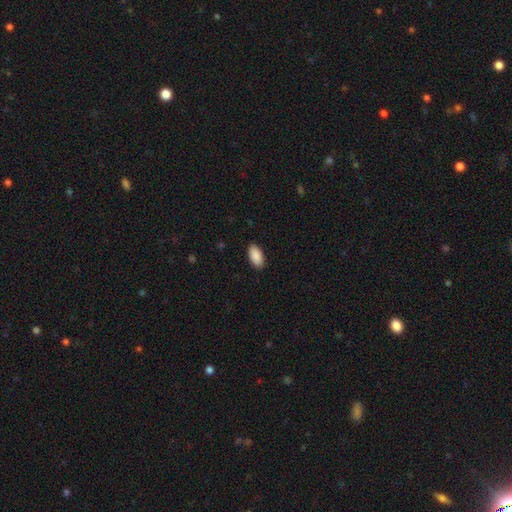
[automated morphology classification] A smooth galaxy with no disk features (91%) that is in between round and cigar-shaped (94%). Merging: none (89%).